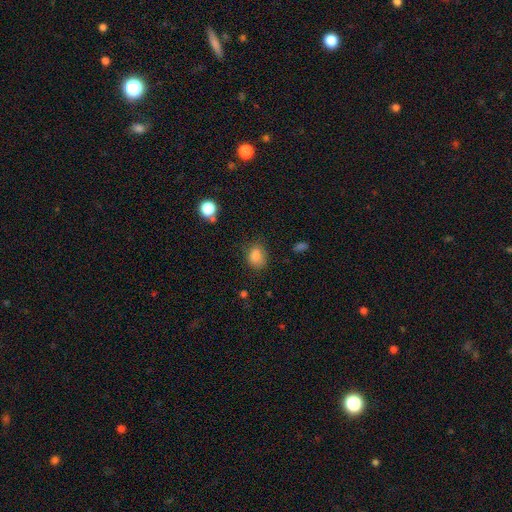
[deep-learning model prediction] A smooth galaxy with no disk features (83%) that is round (54%). Merging: none (67%).